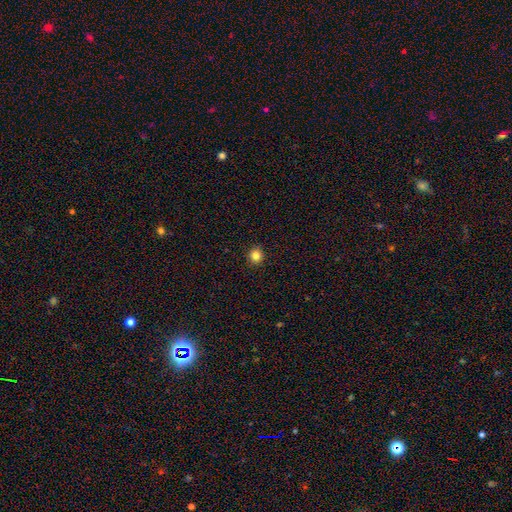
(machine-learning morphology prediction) Smooth or featured? smooth (82%)
How rounded? round (93%)
Merging? none (93%)